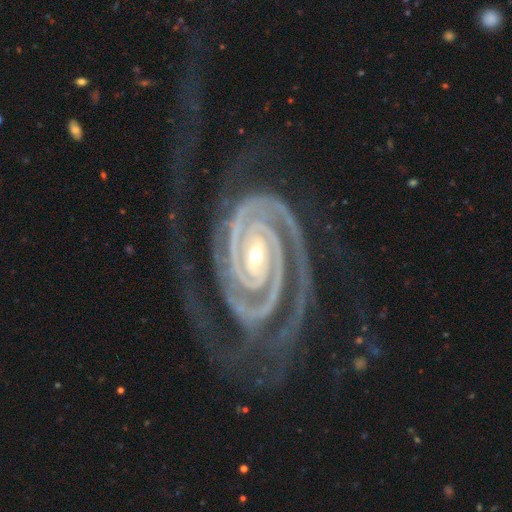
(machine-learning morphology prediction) A featured or disk galaxy (94%) with a strong bar (40%), 2 (73%) tight (82%) spiral arms (99%) and a small central bulge (66%).

Vote fractions:
- Smooth or featured? featured or disk: 94% / star or artifact: 3% / smooth: 2%
- Edge-on disk? no: 97% / yes: 3%
- Bar? strong: 40% / no: 30% / weak: 29%
- Spiral arms? yes: 99% / no: 1%
- Spiral winding? tight: 82% / medium: 15% / loose: 3%
- Spiral arm count? 2: 73% / 3: 11% / can't tell: 5% / 4: 4% / 1: 4% / more than 4: 3%
- Bulge size? small: 66% / moderate: 31% / large: 2% / none: 1% / dominant: 1%
- Merging? none: 62% / major disturbance: 20% / minor disturbance: 16% / merger: 2%